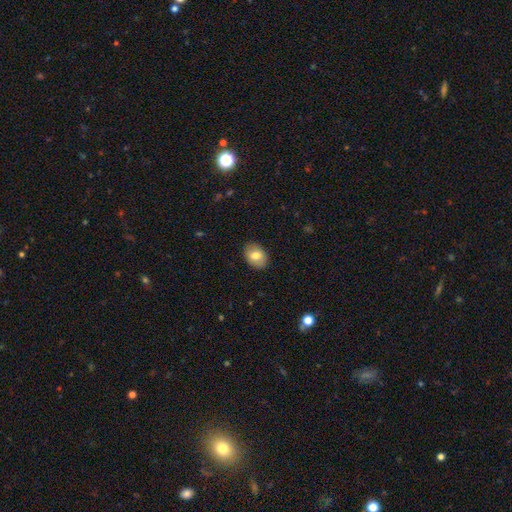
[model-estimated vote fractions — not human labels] Q: Smooth or featured?
A: smooth (76%); runner-up: featured or disk (16%)
Q: How rounded?
A: in between (68%); runner-up: round (31%)
Q: Merging?
A: none (87%); runner-up: minor disturbance (10%)